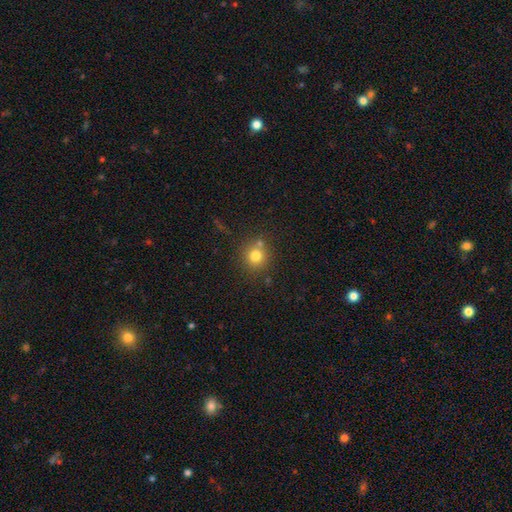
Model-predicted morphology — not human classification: smooth_or_featured: smooth (p=0.77) [alt: star or artifact p=0.14]
how_rounded: round (p=0.90) [alt: in between p=0.09]
merging: none (p=0.72) [alt: merger p=0.15]